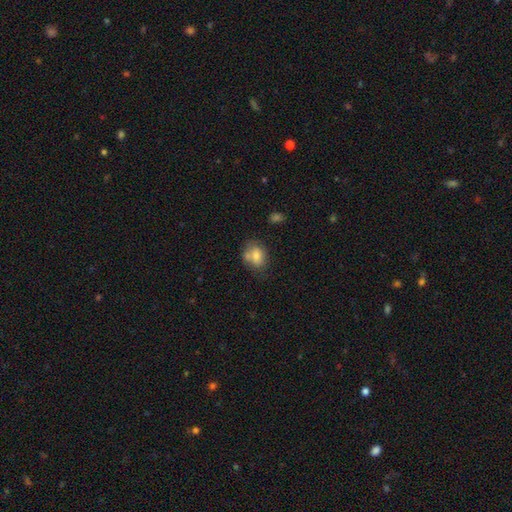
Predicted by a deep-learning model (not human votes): A smooth galaxy with no disk features (74%) that is in between round and cigar-shaped (58%).

Vote fractions:
- Smooth or featured? smooth: 74% / featured or disk: 17% / star or artifact: 9%
- How rounded? in between: 58% / round: 40% / cigar-shaped: 1%
- Merging? none: 51% / minor disturbance: 21% / merger: 20% / major disturbance: 7%